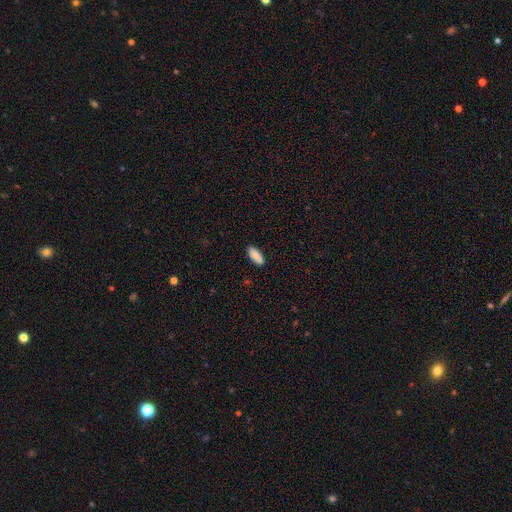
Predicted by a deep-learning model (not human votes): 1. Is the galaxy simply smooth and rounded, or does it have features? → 90% smooth, 6% star or artifact, 4% featured or disk.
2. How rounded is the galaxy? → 80% in between, 19% cigar-shaped, 2% round.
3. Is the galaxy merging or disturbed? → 88% none, 9% minor disturbance, 2% major disturbance, 1% merger.